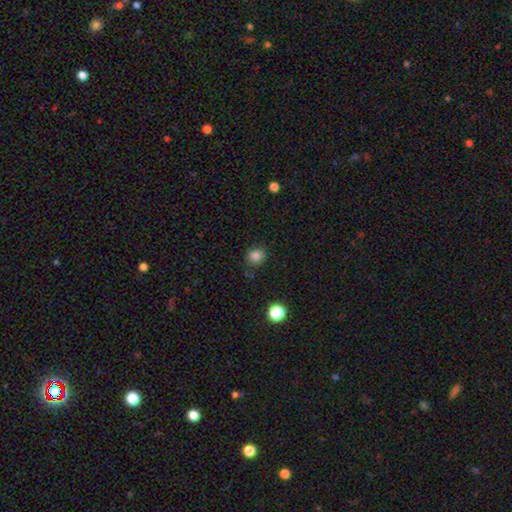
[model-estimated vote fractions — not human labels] A smooth galaxy with no disk features (84%) that is round (79%).

Vote fractions:
- Smooth or featured? smooth: 84% / star or artifact: 12% / featured or disk: 4%
- How rounded? round: 79% / in between: 20% / cigar-shaped: 1%
- Merging? none: 82% / minor disturbance: 12% / major disturbance: 3% / merger: 3%